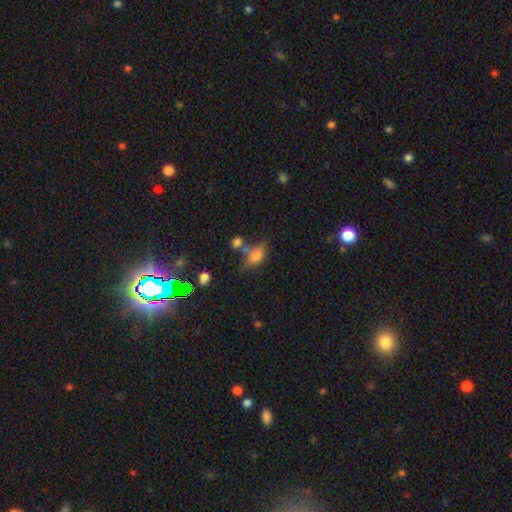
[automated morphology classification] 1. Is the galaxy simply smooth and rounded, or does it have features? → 48% smooth, 35% featured or disk, 17% star or artifact.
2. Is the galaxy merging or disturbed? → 51% none, 21% minor disturbance, 15% merger, 13% major disturbance.